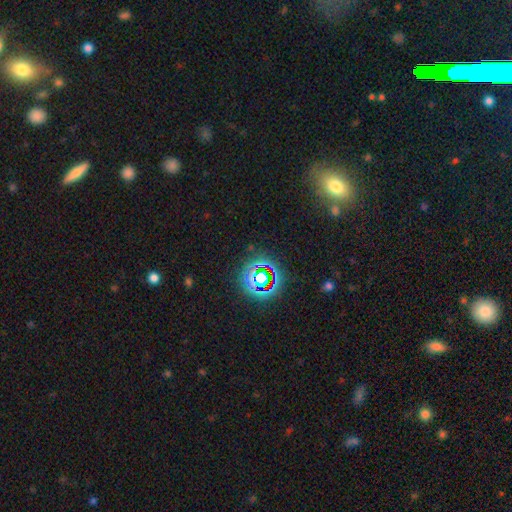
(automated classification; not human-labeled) Smooth or featured?
  - star or artifact: 61% *
  - smooth: 27%
  - featured or disk: 12%